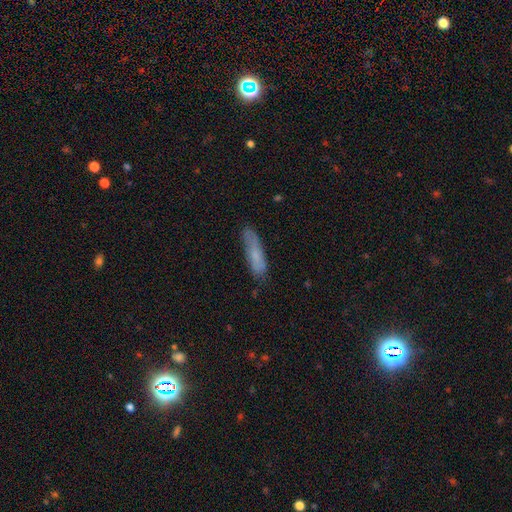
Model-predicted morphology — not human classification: Overall: smooth (71%). How rounded: cigar-shaped (74%). Merging: none (73%).